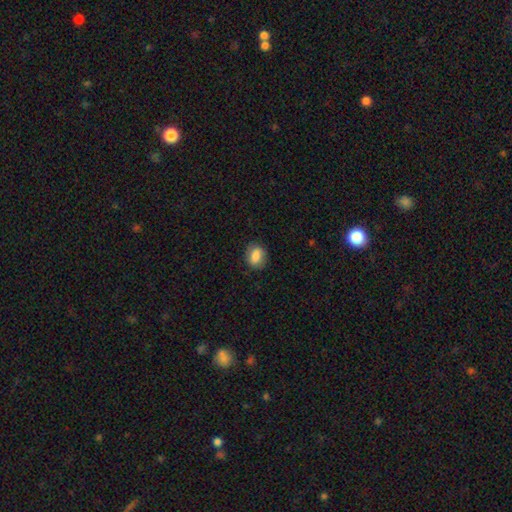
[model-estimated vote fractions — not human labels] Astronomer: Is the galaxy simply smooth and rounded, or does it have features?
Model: smooth — 82%.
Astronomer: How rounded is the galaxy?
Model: in between — 68%.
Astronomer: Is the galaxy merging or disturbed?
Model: none — 81%.